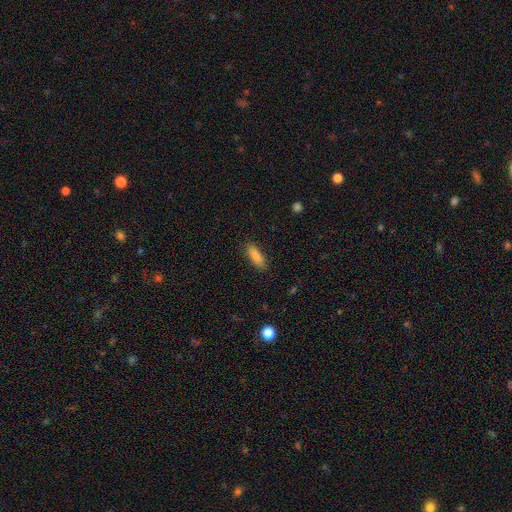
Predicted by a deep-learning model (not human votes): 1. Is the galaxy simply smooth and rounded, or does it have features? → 87% smooth, 7% star or artifact, 6% featured or disk.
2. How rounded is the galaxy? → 59% in between, 39% cigar-shaped, 2% round.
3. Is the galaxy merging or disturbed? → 87% none, 10% minor disturbance, 2% major disturbance, 1% merger.